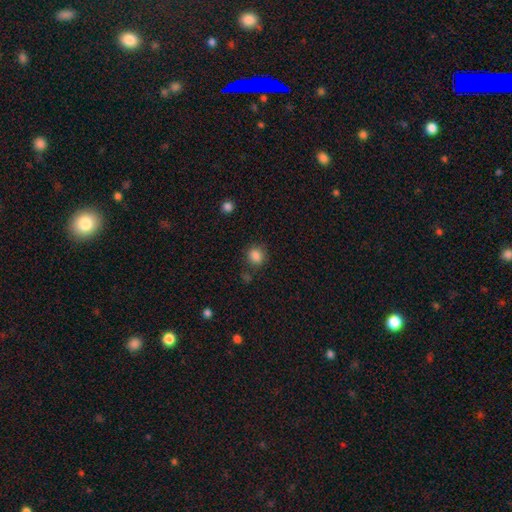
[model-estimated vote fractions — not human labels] smooth-or-featured: smooth: 85% | star or artifact: 11% | featured or disk: 4%
  how-rounded: round: 72% | in between: 28% | cigar-shaped: 1%
  merging: none: 80% | minor disturbance: 12% | major disturbance: 4% | merger: 4%